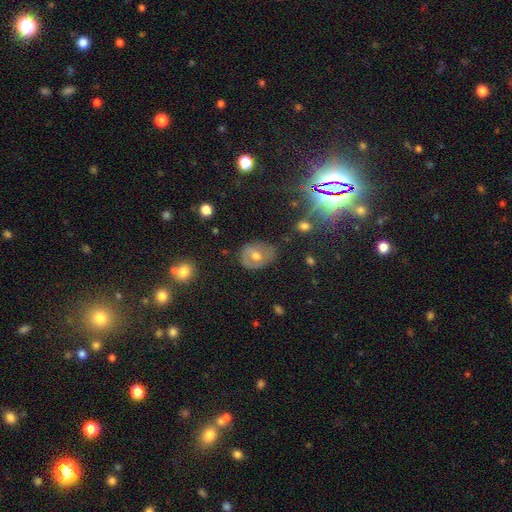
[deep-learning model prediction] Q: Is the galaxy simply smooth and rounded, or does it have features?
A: smooth — 45%.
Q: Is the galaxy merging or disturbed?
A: none — 66%.